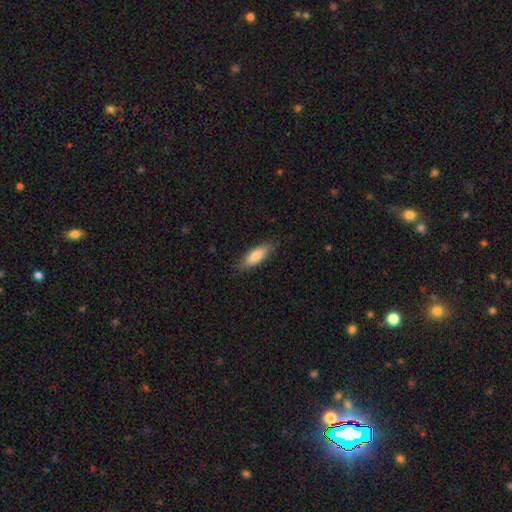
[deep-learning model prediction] Morphology: type=smooth (82%); roundness=in between (60%); merging=none (84%).